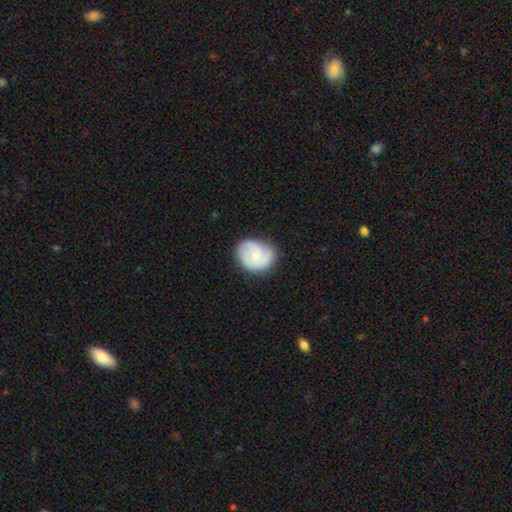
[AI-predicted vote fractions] A featured or disk galaxy (64%) with no bar (65%), 2 (56%) tight (50%) spiral arms (93%) and a small central bulge (54%).

Vote fractions:
- Smooth or featured? featured or disk: 64% / smooth: 30% / star or artifact: 6%
- Edge-on disk? no: 98% / yes: 2%
- Bar? no: 65% / weak: 31% / strong: 4%
- Spiral arms? yes: 93% / no: 7%
- Spiral winding? tight: 50% / medium: 39% / loose: 11%
- Spiral arm count? 2: 56% / 3: 16% / can't tell: 15% / 1: 7% / 4: 2% / more than 4: 2%
- Bulge size? small: 54% / moderate: 28% / none: 14% / large: 3% / dominant: 1%
- Merging? none: 73% / minor disturbance: 20% / major disturbance: 6% / merger: 1%